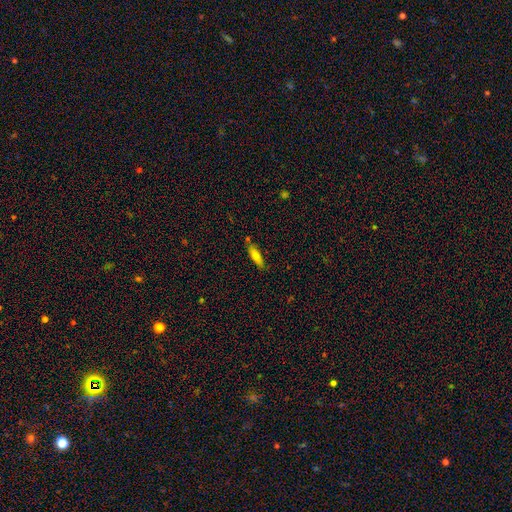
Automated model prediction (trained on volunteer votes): Smooth or featured: smooth — 68% (featured or disk — 24%)
How rounded: cigar-shaped — 59% (in between — 39%)
Merging: none — 78% (minor disturbance — 14%)